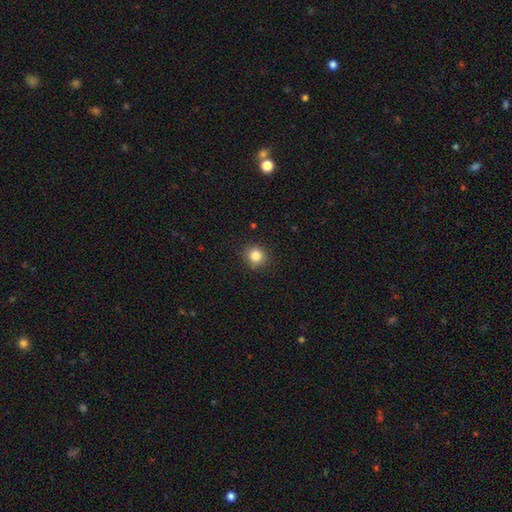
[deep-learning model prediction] The model was most divided on "smooth or featured": smooth: 83%, star or artifact: 11%, featured or disk: 5%. More confident: merging — none (89%); how rounded — round (86%).